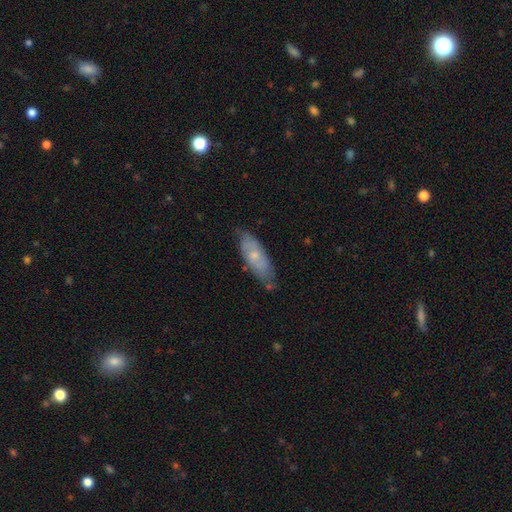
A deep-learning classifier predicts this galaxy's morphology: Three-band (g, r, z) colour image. It shows a featured or disk galaxy (47%). Merging: none (69%).